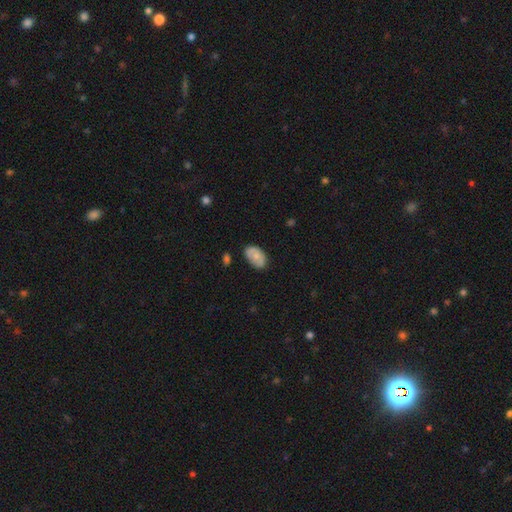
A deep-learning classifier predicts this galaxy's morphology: Smooth or featured?
  - smooth: 68% *
  - featured or disk: 25%
  - star or artifact: 7%
How rounded?
  - in between: 90% *
  - round: 9%
  - cigar-shaped: 1%
Merging?
  - none: 65% *
  - minor disturbance: 26%
  - major disturbance: 6%
  - merger: 3%